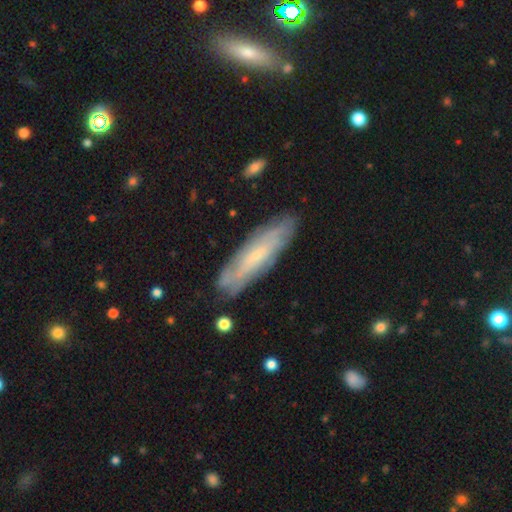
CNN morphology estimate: The model was most divided on "edge-on disk": no: 63%, yes: 37%. More confident: merging — none (82%); smooth or featured — featured or disk (61%).